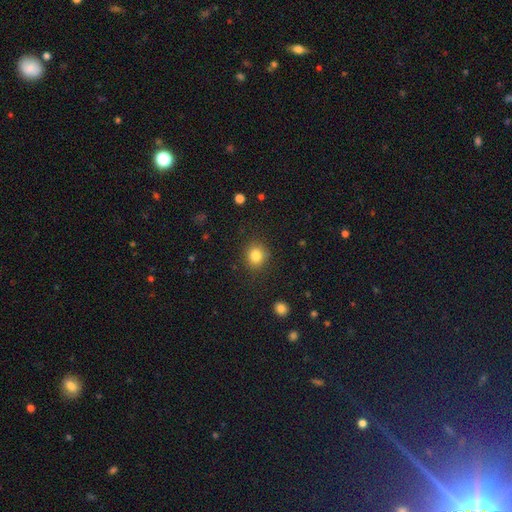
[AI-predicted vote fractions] The model was most divided on "how rounded": round: 81%, in between: 18%, cigar-shaped: 1%. More confident: merging — none (87%); smooth or featured — smooth (83%).